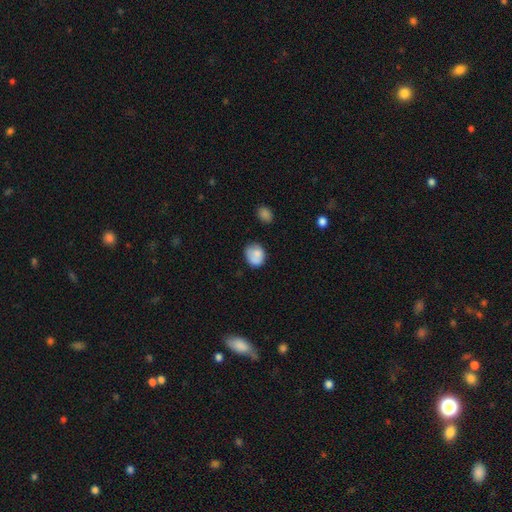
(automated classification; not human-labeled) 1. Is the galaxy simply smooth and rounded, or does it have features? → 79% smooth, 13% featured or disk, 8% star or artifact.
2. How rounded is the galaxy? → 55% round, 44% in between, 1% cigar-shaped.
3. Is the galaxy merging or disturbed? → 57% none, 27% minor disturbance, 8% major disturbance, 8% merger.